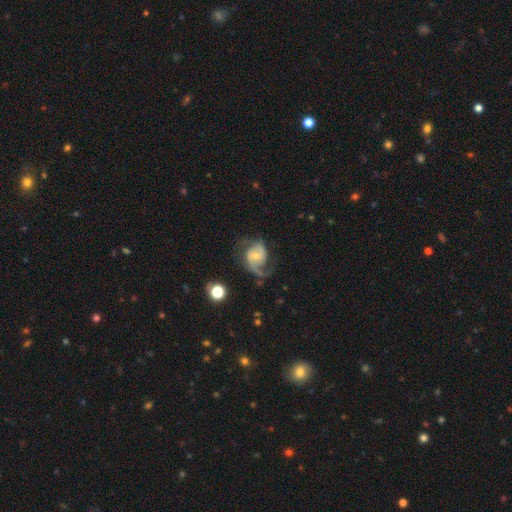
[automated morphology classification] featured or disk 81%, smooth 12%, star or artifact 7%. Down the decision tree: edge-on disk — no (98%); bar — no (59%); spiral arms — yes (94%); spiral arm count — 2 (68%); spiral winding — medium (45%); bulge size — small (52%); merging — none (53%).